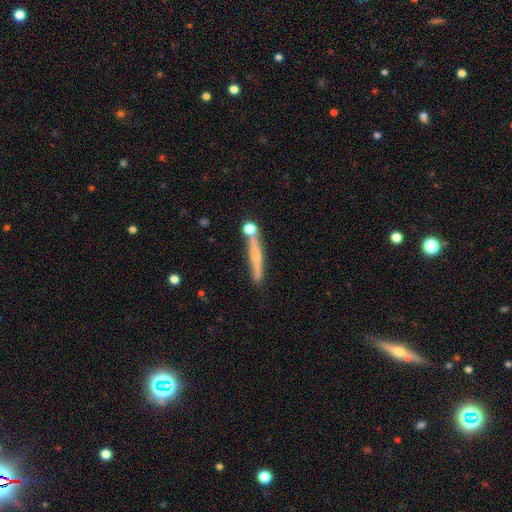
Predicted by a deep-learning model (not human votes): Morphology: type=featured or disk (58%); edge-on=yes (93%); edge-on bulge=rounded (66%); merging=none (74%).